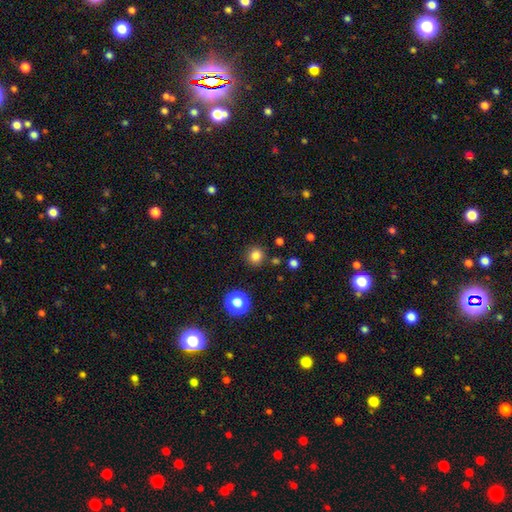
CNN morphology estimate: Q: Smooth or featured?
A: smooth (82%); runner-up: star or artifact (14%)
Q: How rounded?
A: round (92%); runner-up: in between (7%)
Q: Merging?
A: none (89%); runner-up: minor disturbance (7%)